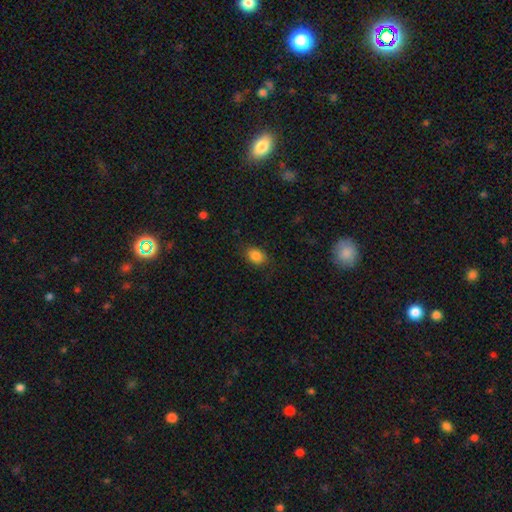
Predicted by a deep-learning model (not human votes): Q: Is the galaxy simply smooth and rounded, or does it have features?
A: smooth — 85%.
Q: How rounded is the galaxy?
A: in between — 68%.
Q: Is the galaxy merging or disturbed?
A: none — 83%.